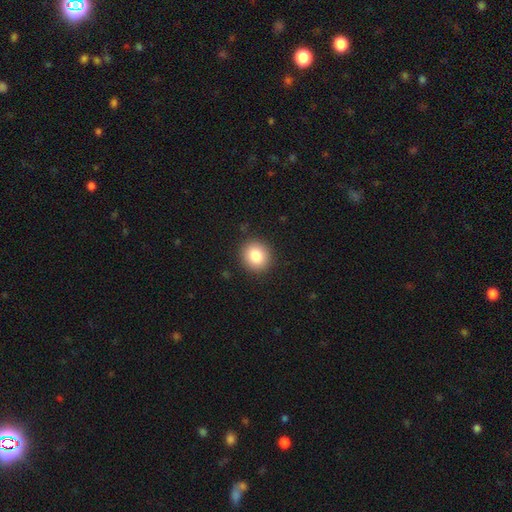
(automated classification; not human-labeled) This is clearly a smooth galaxy (83%). How rounded: clearly round (86%). Merging: clearly none (91%).